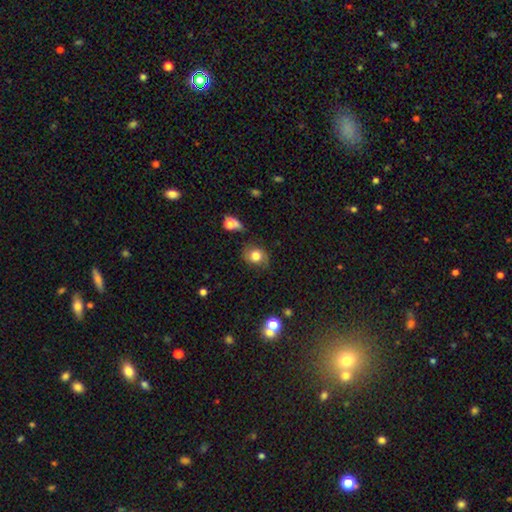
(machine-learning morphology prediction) smooth-or-featured: smooth: 66% | featured or disk: 24% | star or artifact: 10%
  how-rounded: round: 59% | in between: 40% | cigar-shaped: 1%
  merging: none: 67% | minor disturbance: 21% | major disturbance: 8% | merger: 5%